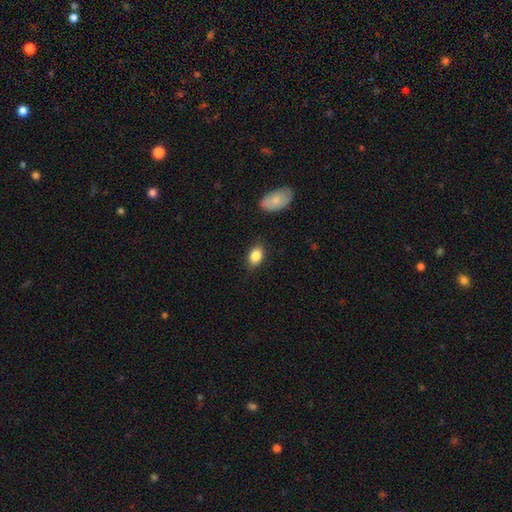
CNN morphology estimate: Smooth or featured: smooth — 85% (star or artifact — 8%)
How rounded: in between — 84% (round — 15%)
Merging: none — 84% (minor disturbance — 12%)